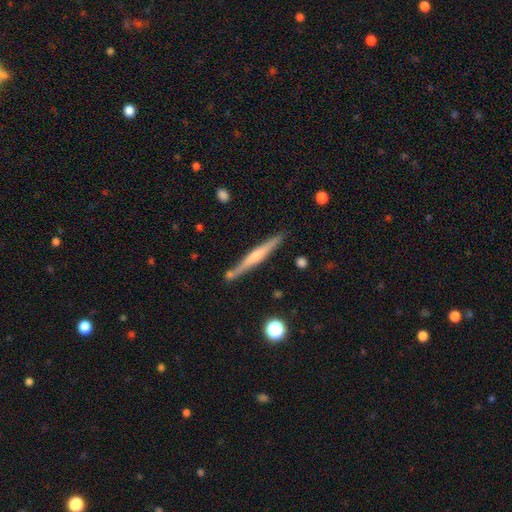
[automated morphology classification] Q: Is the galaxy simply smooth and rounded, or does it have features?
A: featured or disk — 60%.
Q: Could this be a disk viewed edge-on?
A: yes — 97%.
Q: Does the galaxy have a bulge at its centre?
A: rounded — 58%.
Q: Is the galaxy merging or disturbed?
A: none — 83%.